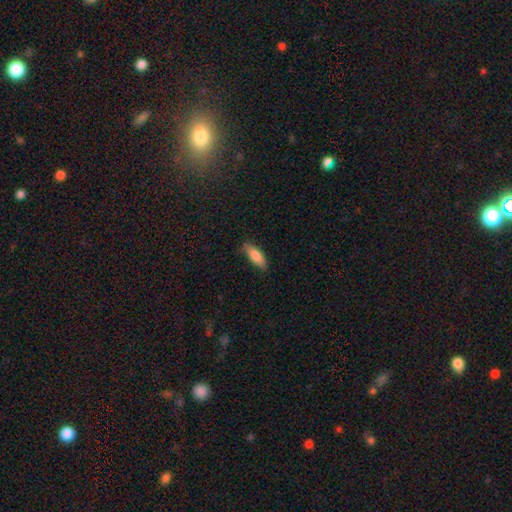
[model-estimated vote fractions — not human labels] Smooth or featured? Predicted: smooth (p=0.83). How rounded? Predicted: in between (p=0.63). Merging? Predicted: none (p=0.77).